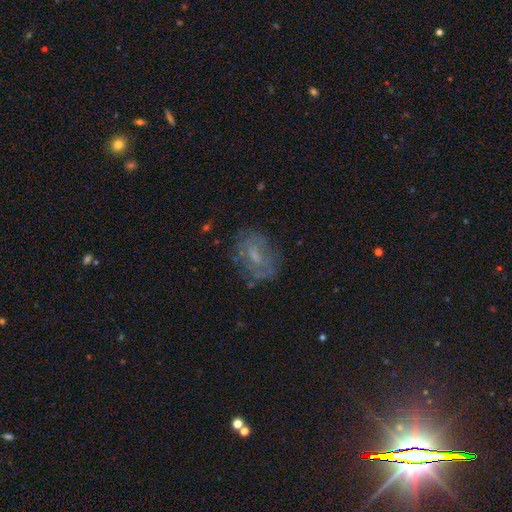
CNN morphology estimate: smooth_or_featured: featured or disk (p=0.48) [alt: smooth p=0.39]
merging: none (p=0.68) [alt: minor disturbance p=0.19]